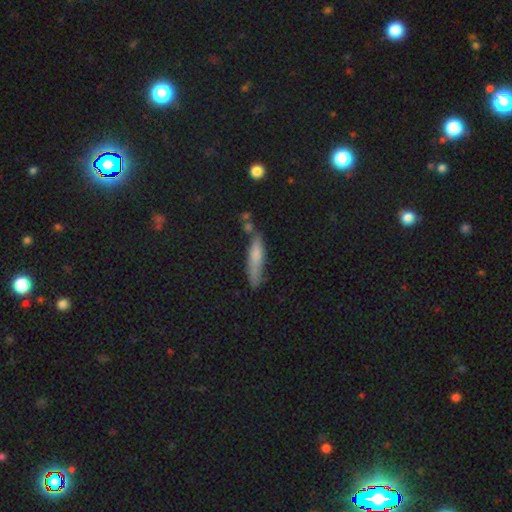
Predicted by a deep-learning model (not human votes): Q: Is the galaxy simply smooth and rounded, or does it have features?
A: smooth — 71%.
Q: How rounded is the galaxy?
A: cigar-shaped — 81%.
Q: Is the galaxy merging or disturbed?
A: none — 65%.